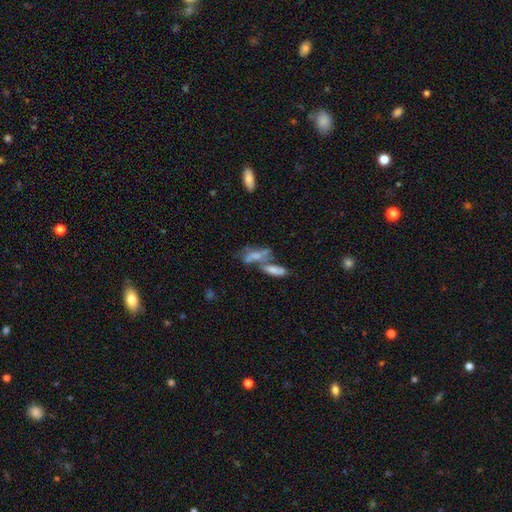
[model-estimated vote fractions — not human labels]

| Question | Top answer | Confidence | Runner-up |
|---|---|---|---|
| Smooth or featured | smooth | 53% | featured or disk (35%) |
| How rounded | in between | 64% | cigar-shaped (31%) |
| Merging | merger | 58% | none (22%) |